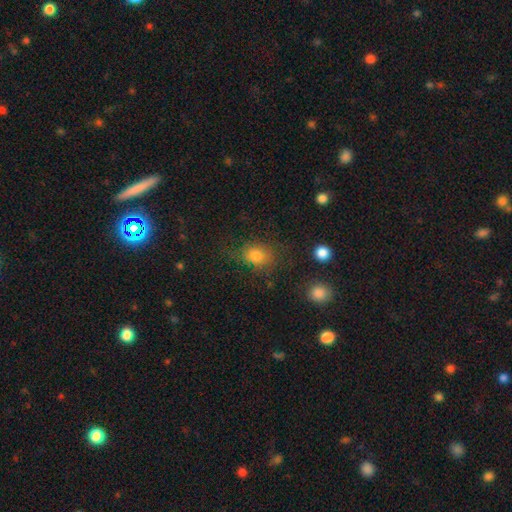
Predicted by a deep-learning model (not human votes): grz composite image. It shows a smooth galaxy with no disk features (77%) that is in between round and cigar-shaped (56%). Merging: none (69%).